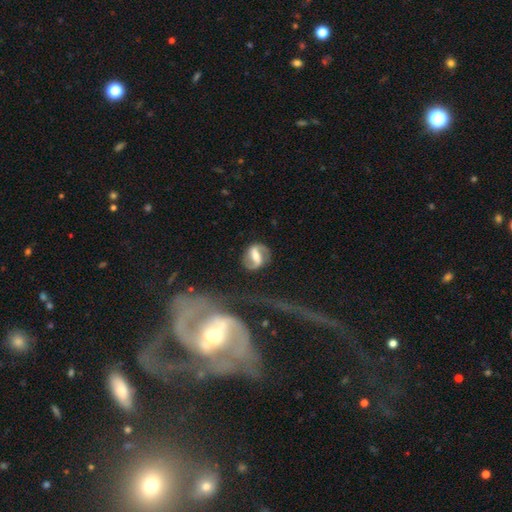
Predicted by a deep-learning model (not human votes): featured or disk 75%, smooth 19%, star or artifact 7%. Down the decision tree: edge-on disk — no (96%); bar — strong (59%); spiral arms — yes (89%); spiral arm count — 2 (90%); spiral winding — medium (43%); bulge size — moderate (38%); merging — none (72%).